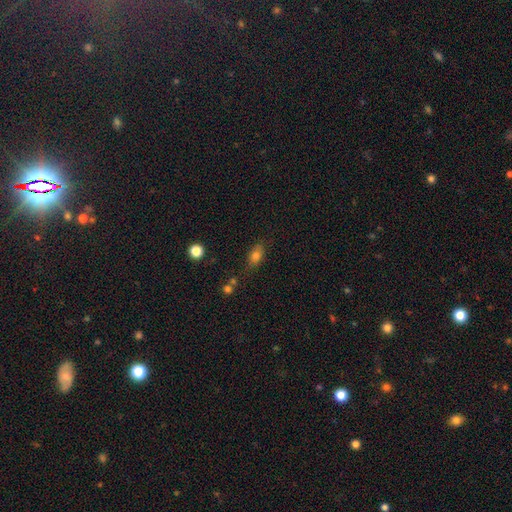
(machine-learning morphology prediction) This appears to be a smooth galaxy with no disk features (77%) that is in between round and cigar-shaped (79%). Merging: none (69%).